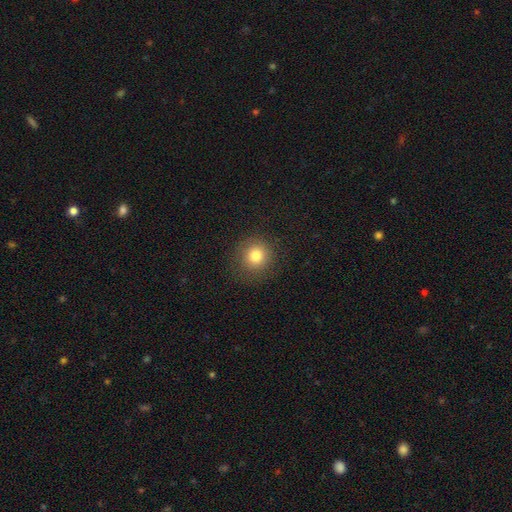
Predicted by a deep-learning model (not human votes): Smooth or featured: smooth — 80% (star or artifact — 12%)
How rounded: round — 91% (in between — 8%)
Merging: none — 87% (minor disturbance — 8%)